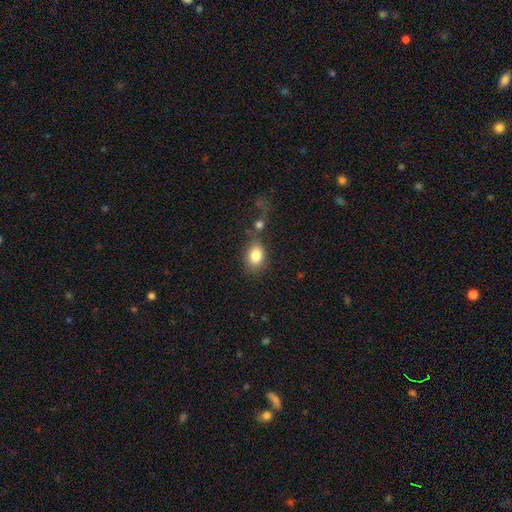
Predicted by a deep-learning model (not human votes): Q: Smooth or featured?
A: smooth (84%); runner-up: star or artifact (9%)
Q: How rounded?
A: in between (67%); runner-up: round (32%)
Q: Merging?
A: none (65%); runner-up: minor disturbance (16%)